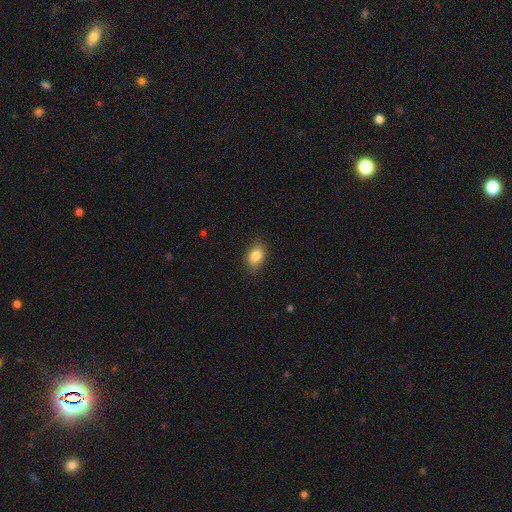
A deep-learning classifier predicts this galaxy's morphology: smooth-or-featured: smooth: 83% | featured or disk: 9% | star or artifact: 8%
  how-rounded: in between: 80% | round: 18% | cigar-shaped: 2%
  merging: none: 79% | minor disturbance: 16% | major disturbance: 3% | merger: 1%